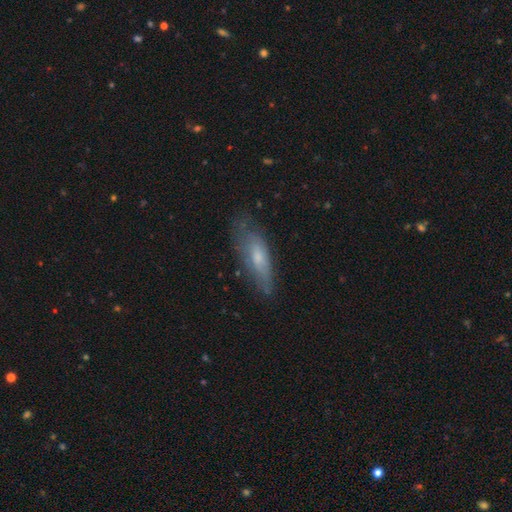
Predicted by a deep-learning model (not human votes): A smooth galaxy with no disk features (46%). Merging: none (76%).